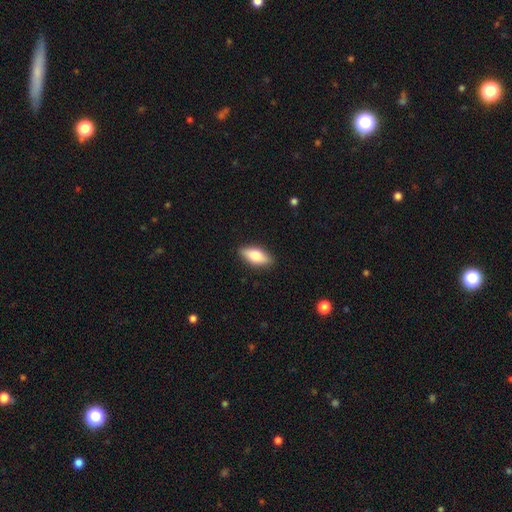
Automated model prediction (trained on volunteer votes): Overall: smooth (69%). How rounded: in between (77%). Merging: none (88%).